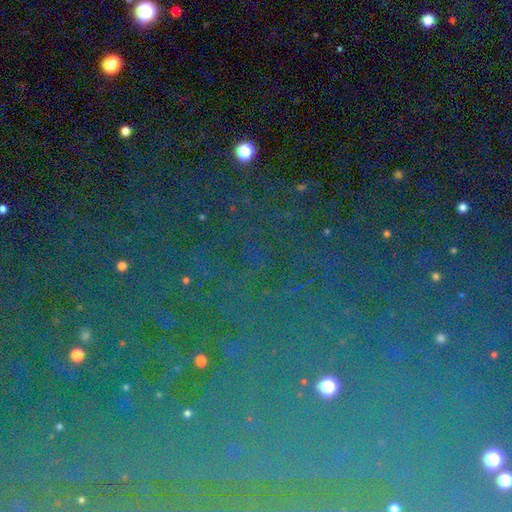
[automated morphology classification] type=star or artifact (78%).